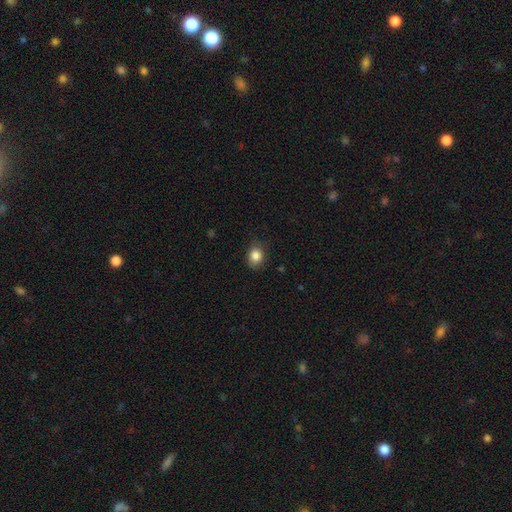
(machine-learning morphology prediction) smooth 85%, star or artifact 10%, featured or disk 6%. Down the decision tree: how rounded — in between (50%); merging — none (78%).